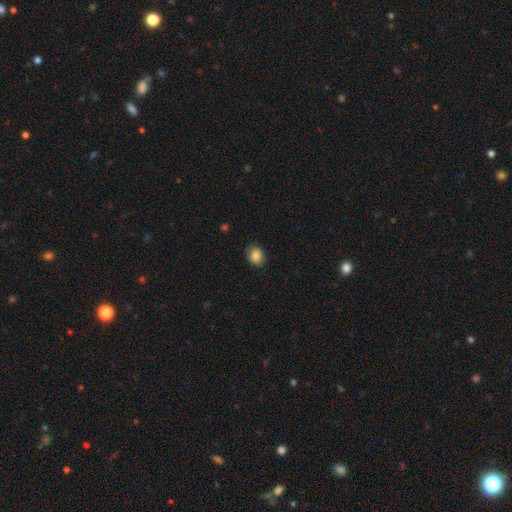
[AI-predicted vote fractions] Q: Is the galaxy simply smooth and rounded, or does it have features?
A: smooth — 83%.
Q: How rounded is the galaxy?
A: round — 51%.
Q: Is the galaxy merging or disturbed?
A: none — 85%.